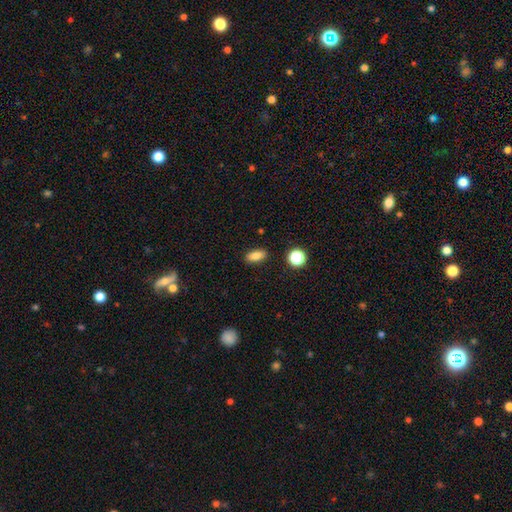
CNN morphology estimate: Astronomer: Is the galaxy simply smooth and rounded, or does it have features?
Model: smooth — 83%.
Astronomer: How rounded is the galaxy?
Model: in between — 84%.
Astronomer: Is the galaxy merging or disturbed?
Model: none — 88%.